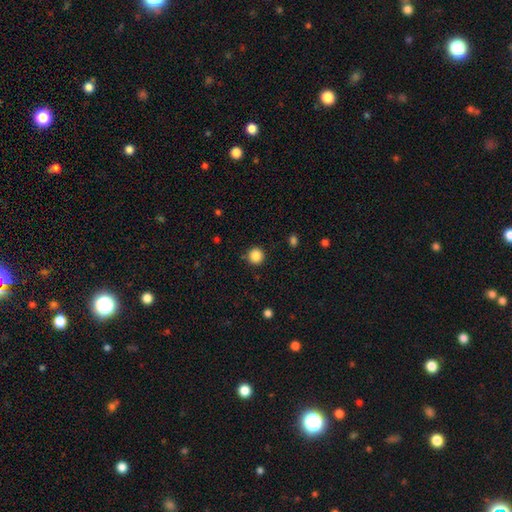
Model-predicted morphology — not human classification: Overall: smooth (86%). How rounded: round (95%). Merging: none (90%).